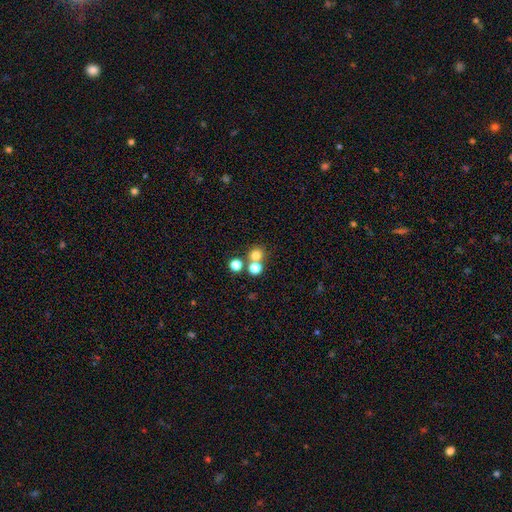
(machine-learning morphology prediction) Smooth or featured? Predicted: smooth (p=0.75). How rounded? Predicted: round (p=0.89). Merging? Predicted: none (p=0.57).